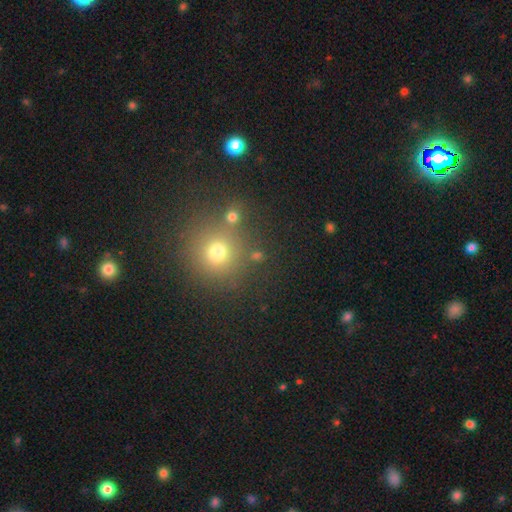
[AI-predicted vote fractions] Overall: smooth (68%). How rounded: round (91%). Merging: none (79%).